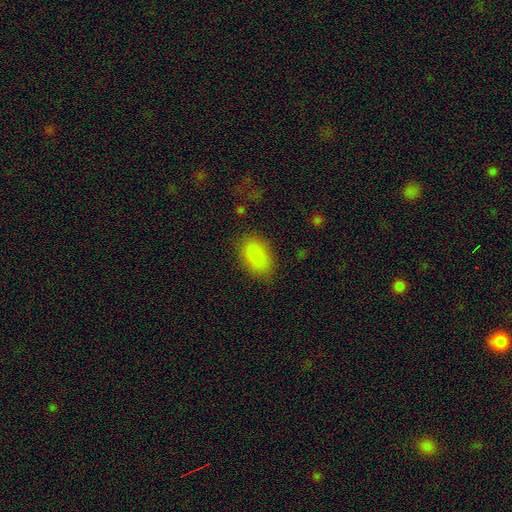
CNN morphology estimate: Smooth or featured: smooth — 86% (star or artifact — 8%)
How rounded: in between — 91% (round — 7%)
Merging: none — 80% (minor disturbance — 14%)